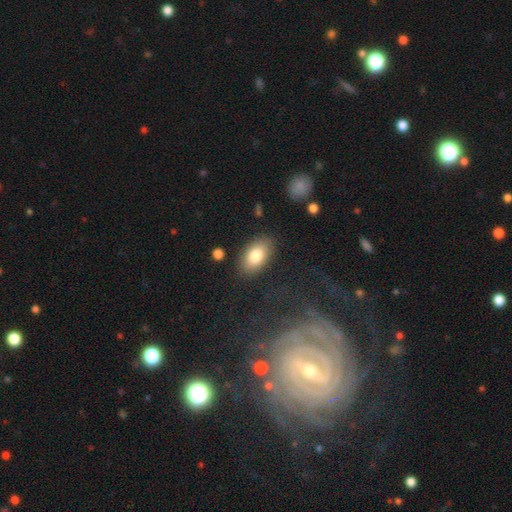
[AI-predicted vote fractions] The model was most divided on "smooth or featured": smooth: 81%, featured or disk: 12%, star or artifact: 7%. More confident: how rounded — in between (93%); merging — none (85%).